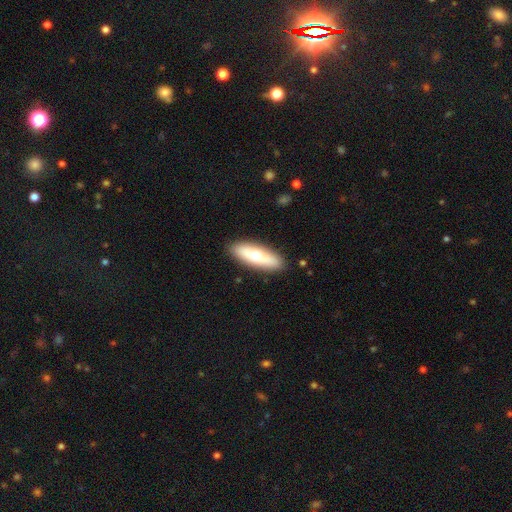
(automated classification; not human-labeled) Smooth or featured? smooth (67%)
How rounded? cigar-shaped (54%)
Merging? none (88%)